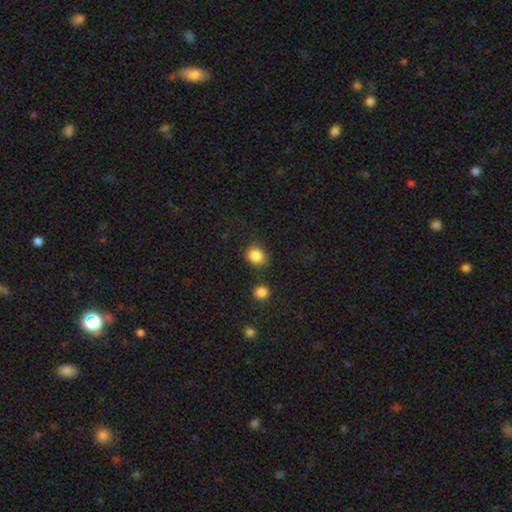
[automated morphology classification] Smooth or featured? smooth (86%)
How rounded? round (67%)
Merging? none (78%)